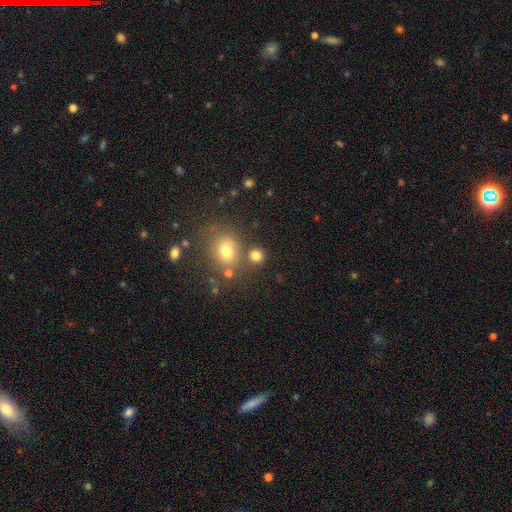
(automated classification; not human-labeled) Overall: smooth (78%). How rounded: round (84%). Merging: none (73%).